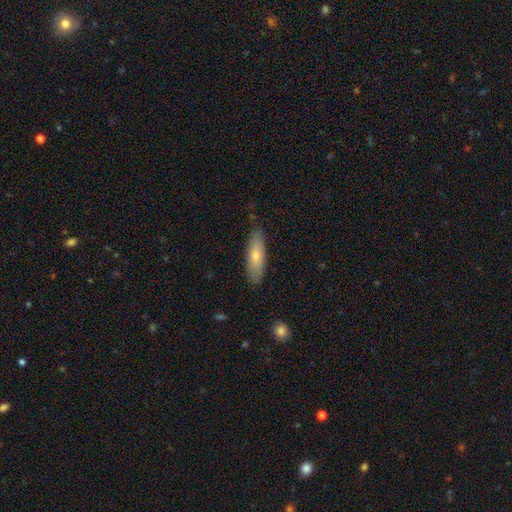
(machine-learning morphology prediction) smooth-or-featured: smooth: 68% | featured or disk: 26% | star or artifact: 6%
  how-rounded: cigar-shaped: 60% | in between: 38% | round: 2%
  merging: none: 82% | minor disturbance: 14% | major disturbance: 2% | merger: 1%